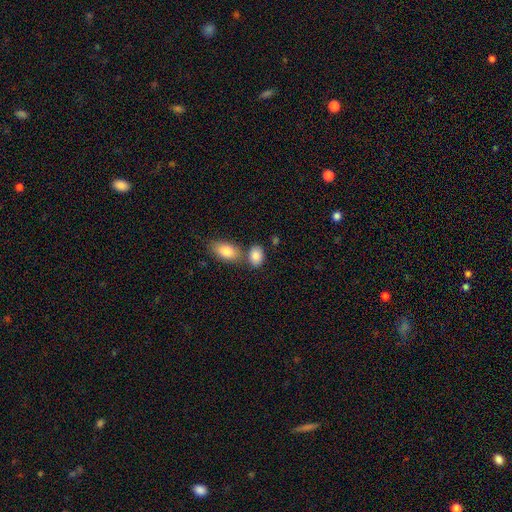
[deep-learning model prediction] smooth-or-featured: smooth: 85% | featured or disk: 8% | star or artifact: 8%
  how-rounded: in between: 83% | round: 15% | cigar-shaped: 2%
  merging: none: 54% | merger: 31% | minor disturbance: 11% | major disturbance: 3%